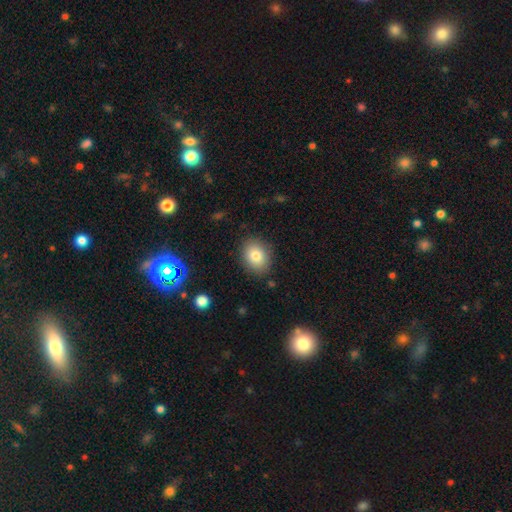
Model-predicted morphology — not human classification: The model was most divided on "how rounded": in between: 52%, round: 47%, cigar-shaped: 1%. More confident: merging — none (86%); smooth or featured — smooth (80%).